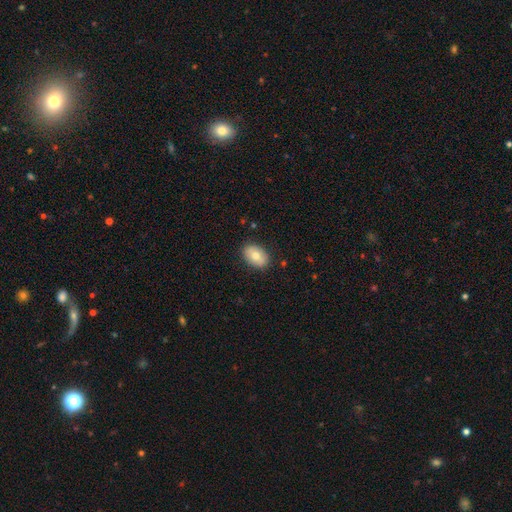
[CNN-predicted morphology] Q: Smooth or featured?
A: smooth (73%); runner-up: featured or disk (20%)
Q: How rounded?
A: in between (86%); runner-up: round (12%)
Q: Merging?
A: none (86%); runner-up: minor disturbance (10%)